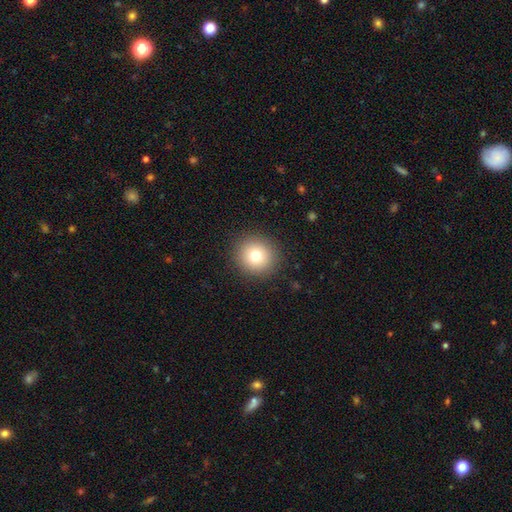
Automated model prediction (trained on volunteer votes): The model was most divided on "smooth or featured": smooth: 76%, star or artifact: 13%, featured or disk: 11%. More confident: how rounded — round (93%); merging — none (91%).